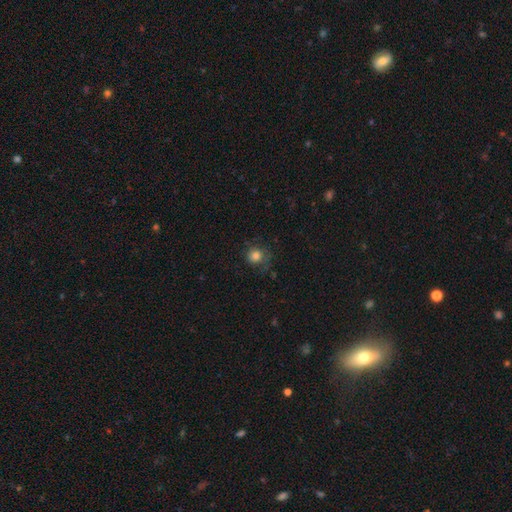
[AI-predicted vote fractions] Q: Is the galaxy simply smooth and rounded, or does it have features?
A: smooth — 82%.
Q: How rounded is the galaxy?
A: round — 87%.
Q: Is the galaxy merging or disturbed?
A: none — 70%.